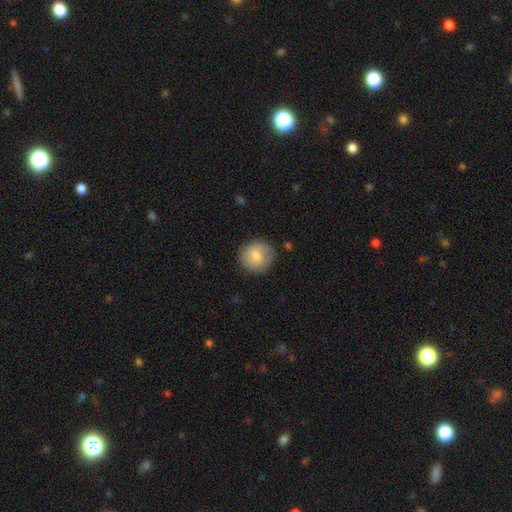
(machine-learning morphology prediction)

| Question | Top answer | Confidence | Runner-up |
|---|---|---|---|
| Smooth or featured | smooth | 79% | featured or disk (14%) |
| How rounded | round | 90% | in between (9%) |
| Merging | none | 80% | minor disturbance (15%) |